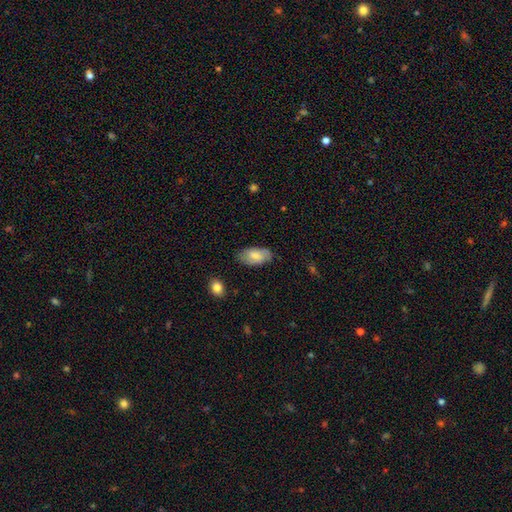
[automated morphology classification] This is likely a smooth galaxy (78%). How rounded: clearly in between (94%). Merging: likely none (75%).